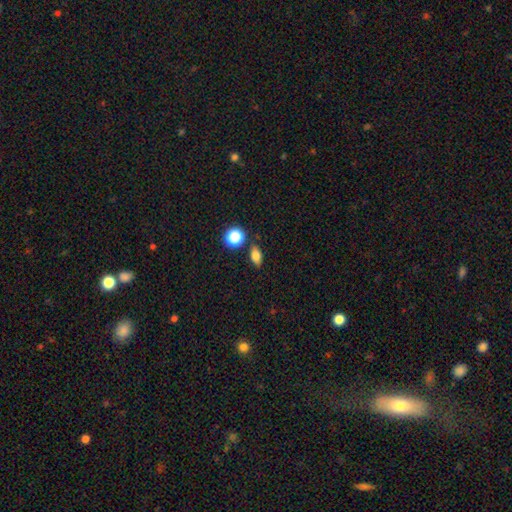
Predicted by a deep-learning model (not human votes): Smooth or featured?
  - smooth: 76% *
  - star or artifact: 12%
  - featured or disk: 11%
How rounded?
  - in between: 76% *
  - round: 18%
  - cigar-shaped: 6%
Merging?
  - none: 82% *
  - minor disturbance: 11%
  - merger: 5%
  - major disturbance: 3%